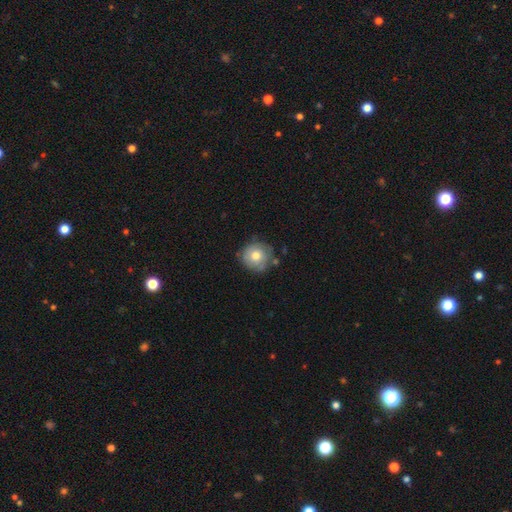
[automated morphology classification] The model was most divided on "smooth or featured": smooth: 67%, featured or disk: 25%, star or artifact: 8%. More confident: how rounded — round (91%); merging — none (72%).